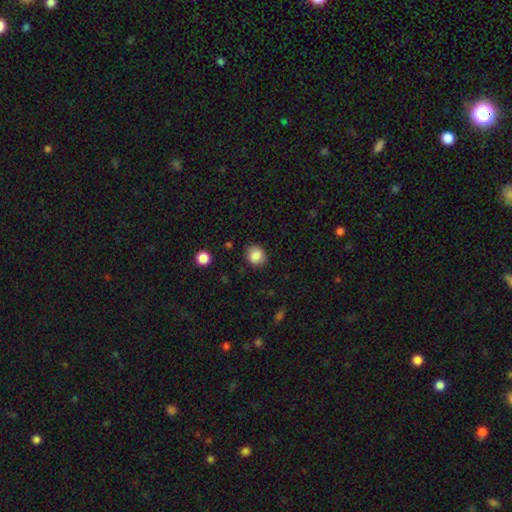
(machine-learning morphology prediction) Overall: smooth (87%). How rounded: round (82%). Merging: none (86%).